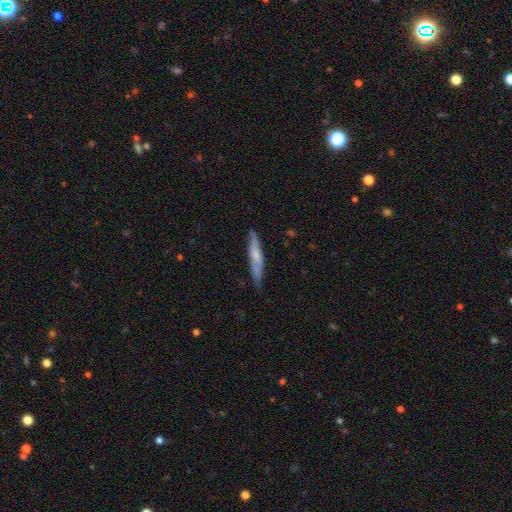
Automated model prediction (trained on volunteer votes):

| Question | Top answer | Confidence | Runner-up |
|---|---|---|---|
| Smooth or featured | smooth | 52% | featured or disk (42%) |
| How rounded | cigar-shaped | 91% | in between (7%) |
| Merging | none | 76% | minor disturbance (19%) |